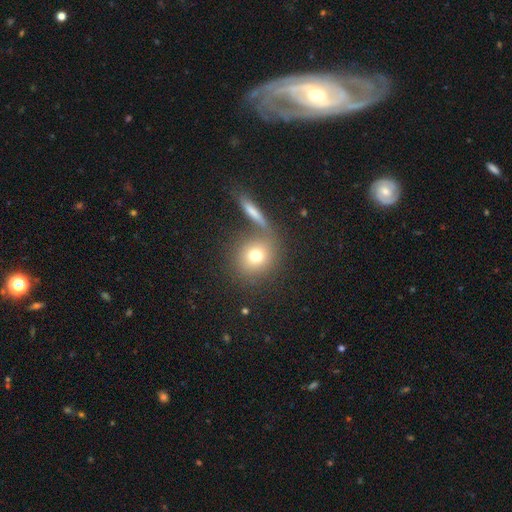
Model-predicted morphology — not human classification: Smooth or featured? smooth (74%)
How rounded? round (85%)
Merging? none (71%)